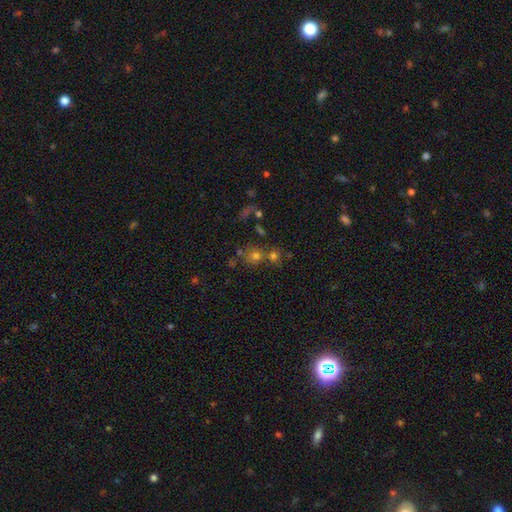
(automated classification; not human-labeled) smooth-or-featured: smooth: 54% | star or artifact: 34% | featured or disk: 12%
  how-rounded: round: 87% | in between: 12% | cigar-shaped: 1%
  merging: none: 61% | merger: 27% | minor disturbance: 8% | major disturbance: 4%